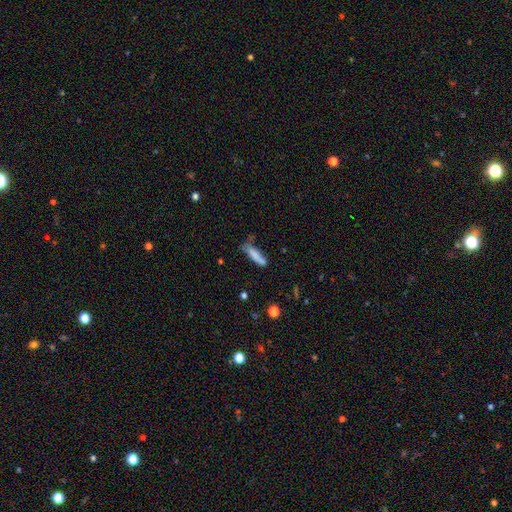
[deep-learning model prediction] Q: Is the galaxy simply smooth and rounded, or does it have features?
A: smooth — 78%.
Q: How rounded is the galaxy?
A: cigar-shaped — 70%.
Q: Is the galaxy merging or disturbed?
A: none — 47%.